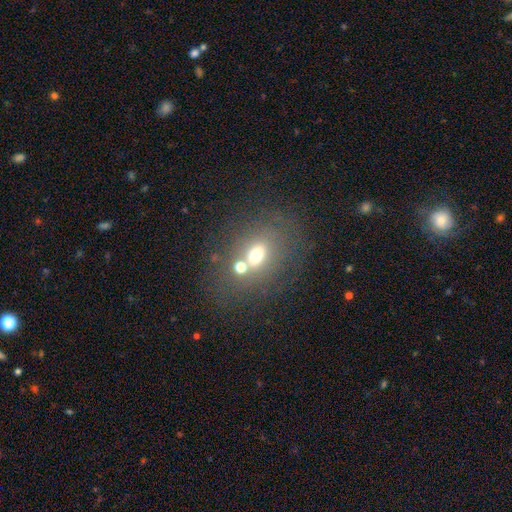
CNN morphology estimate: This is possibly a smooth galaxy (60%). How rounded: possibly in between (57%). Merging: possibly none (51%).